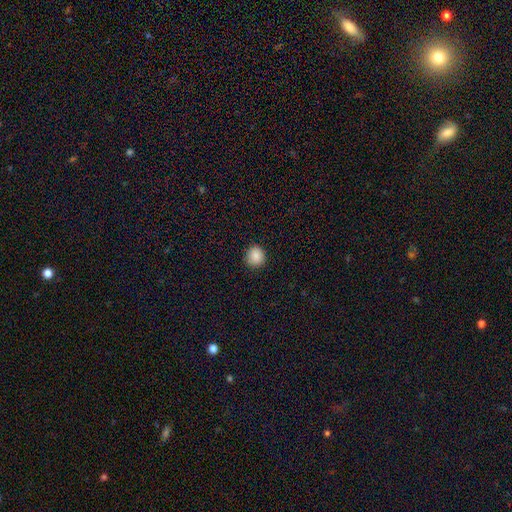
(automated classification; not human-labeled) smooth 87%, star or artifact 9%, featured or disk 4%. Down the decision tree: how rounded — round (90%); merging — none (91%).